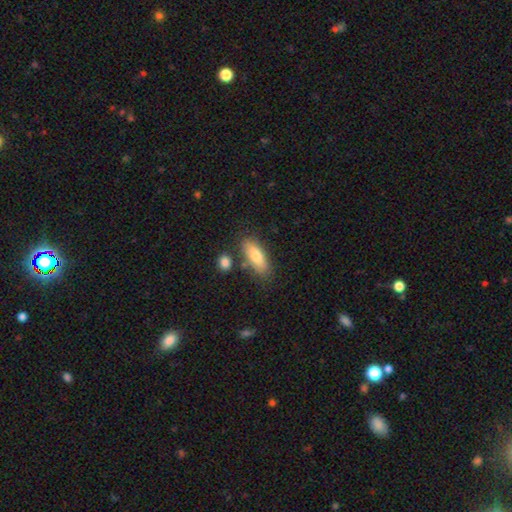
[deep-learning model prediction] smooth_or_featured: smooth (p=0.77) [alt: featured or disk p=0.16]
how_rounded: in between (p=0.68) [alt: cigar-shaped p=0.30]
merging: none (p=0.75) [alt: minor disturbance p=0.14]